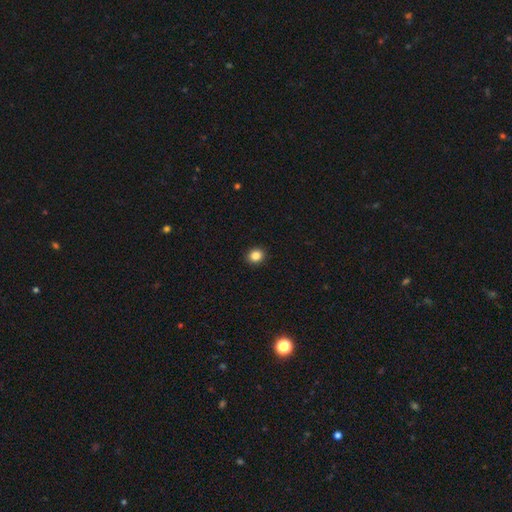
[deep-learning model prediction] This appears to be a smooth galaxy with no disk features (85%) that is round (79%). Merging: none (93%).